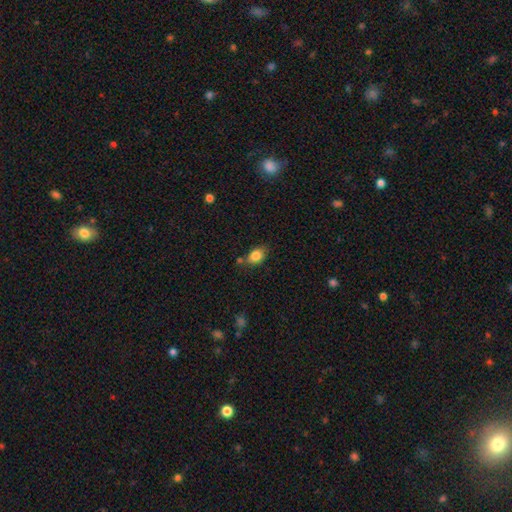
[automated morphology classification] A smooth galaxy with no disk features (84%) that is in between round and cigar-shaped (72%). Merging: none (67%).